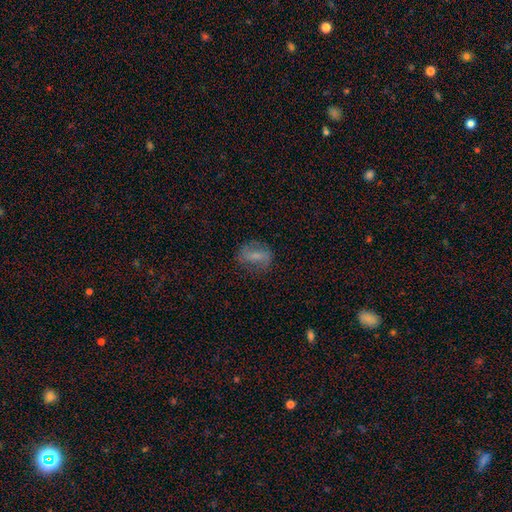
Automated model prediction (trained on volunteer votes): Smooth or featured?
  - smooth: 50% *
  - featured or disk: 40%
  - star or artifact: 10%
Merging?
  - none: 68% *
  - minor disturbance: 20%
  - major disturbance: 10%
  - merger: 2%